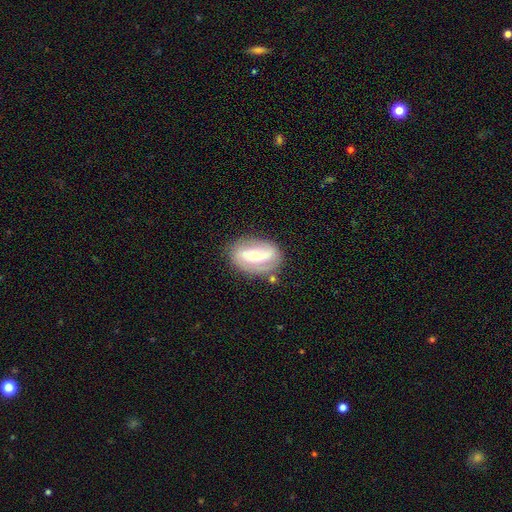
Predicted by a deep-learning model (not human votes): smooth-or-featured: featured or disk: 67% | smooth: 26% | star or artifact: 7%
  disk-edge-on: no: 92% | yes: 8%
    bar: strong: 51% | weak: 28% | no: 21%
    has-spiral-arms: yes: 76% | no: 24%
    bulge-size: small: 51% | moderate: 39% | large: 5% | none: 3% | dominant: 2%
  merging: none: 71% | minor disturbance: 19% | major disturbance: 7% | merger: 3%